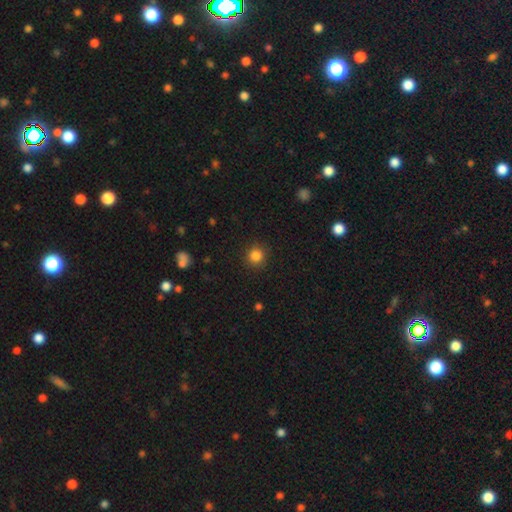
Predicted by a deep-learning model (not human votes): Smooth or featured?
  - smooth: 85% *
  - star or artifact: 11%
  - featured or disk: 4%
How rounded?
  - round: 93% *
  - in between: 6%
  - cigar-shaped: 1%
Merging?
  - none: 89% *
  - minor disturbance: 7%
  - major disturbance: 3%
  - merger: 1%